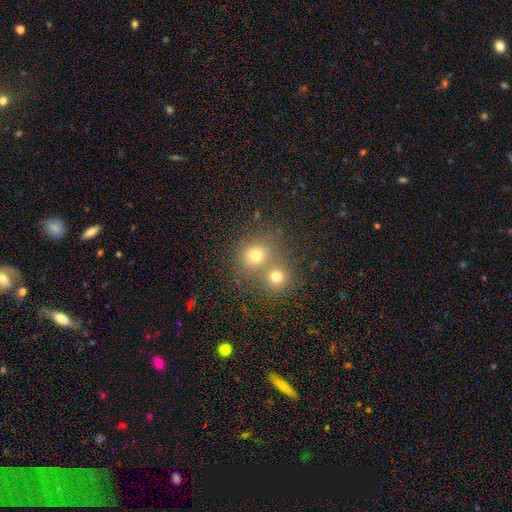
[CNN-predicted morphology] The model was most divided on "merging": merger: 46%, none: 44%, minor disturbance: 7%, major disturbance: 3%. More confident: how rounded — round (82%); smooth or featured — smooth (71%).